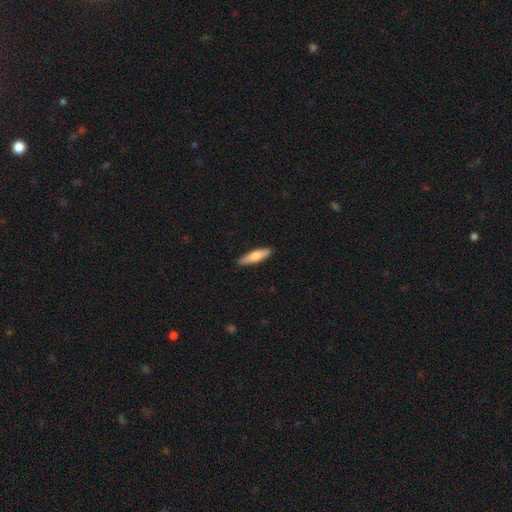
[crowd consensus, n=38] This appears to be a smooth galaxy with no disk features (74%) that is cigar-shaped (86%). Merging: none (89%).